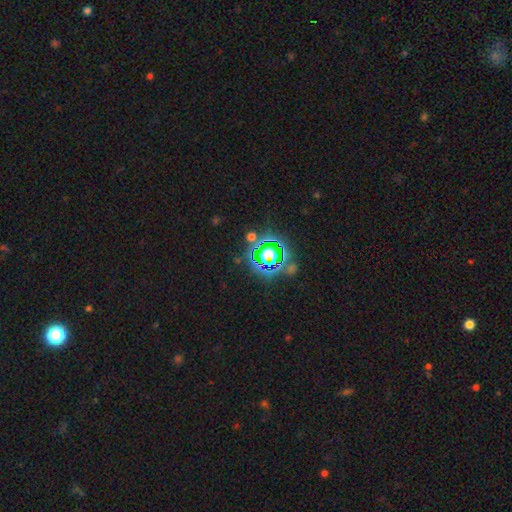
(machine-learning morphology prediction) star or artifact 80%, smooth 13%, featured or disk 7%.